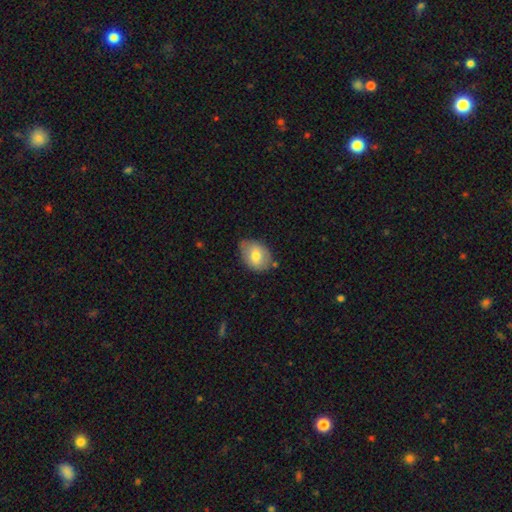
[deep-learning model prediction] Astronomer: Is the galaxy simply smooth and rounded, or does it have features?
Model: smooth — 71%.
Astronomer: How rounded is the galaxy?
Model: in between — 74%.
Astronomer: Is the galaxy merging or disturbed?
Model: none — 67%.